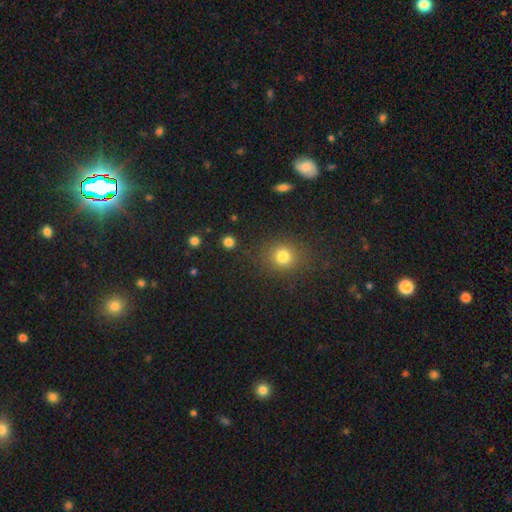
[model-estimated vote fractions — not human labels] smooth 56%, star or artifact 38%, featured or disk 6%. Down the decision tree: how rounded — round (83%); merging — none (89%).